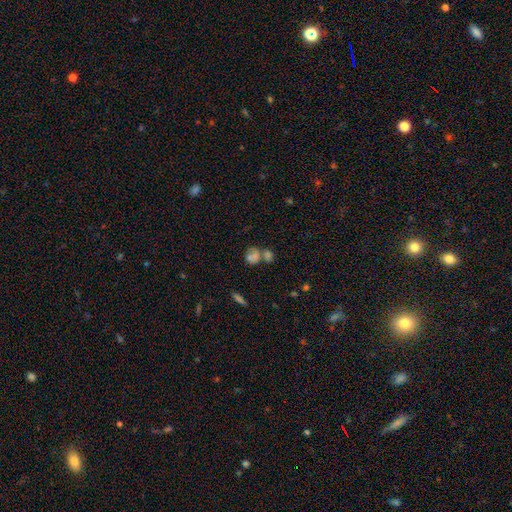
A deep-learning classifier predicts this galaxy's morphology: A smooth galaxy with no disk features (62%) that is round (58%). Merging: merger (47%).